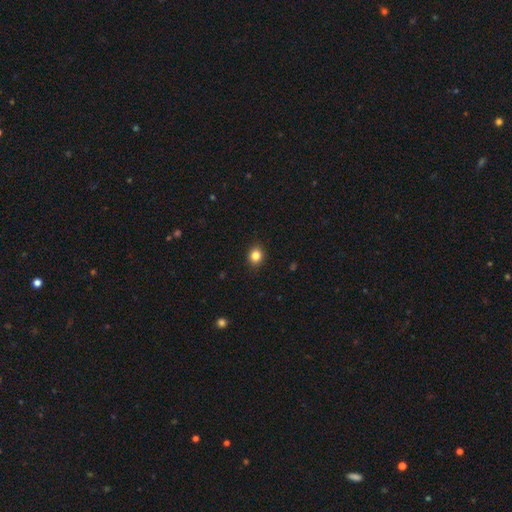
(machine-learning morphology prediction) A smooth galaxy with no disk features (84%) that is round (67%). Merging: none (91%).